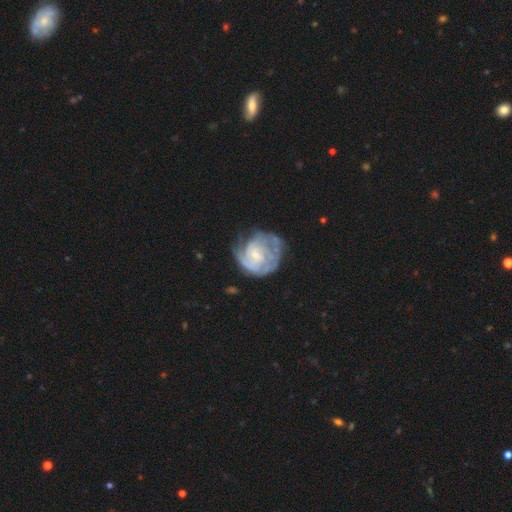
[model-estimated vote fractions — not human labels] This is likely a featured or disk galaxy (77%). It is clearly not viewed edge-on (98%). Bar: likely no (61%). Spiral arm pattern: clearly yes (85%). Spiral arm count: marginally can't tell (43%). Spiral winding: possibly tight (56%). Central bulge: possibly small (52%). Merging: possibly none (49%).